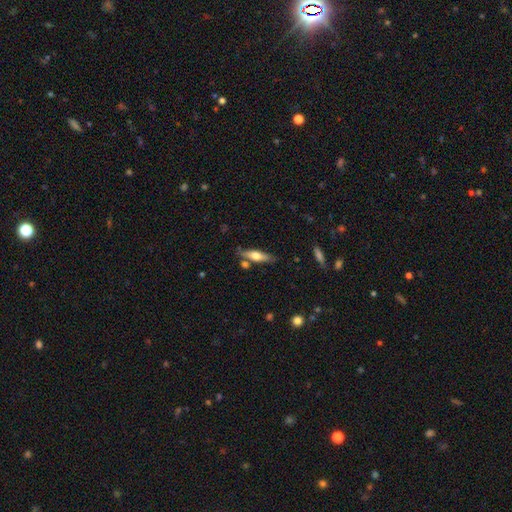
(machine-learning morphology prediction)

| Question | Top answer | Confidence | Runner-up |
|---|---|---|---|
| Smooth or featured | smooth | 51% | featured or disk (43%) |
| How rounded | cigar-shaped | 68% | in between (30%) |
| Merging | none | 77% | minor disturbance (13%) |